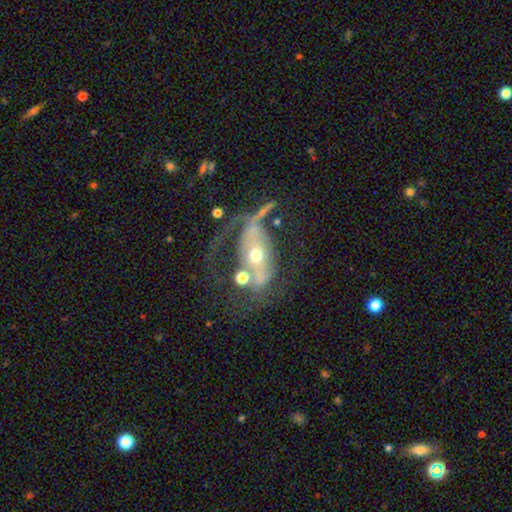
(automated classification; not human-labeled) Q: Smooth or featured?
A: featured or disk (73%); runner-up: smooth (19%)
Q: Edge-on disk?
A: no (90%); runner-up: yes (10%)
Q: Bar?
A: no (44%); runner-up: strong (32%)
Q: Spiral arms?
A: yes (58%); runner-up: no (42%)
Q: Bulge size?
A: moderate (60%); runner-up: small (34%)
Q: Merging?
A: major disturbance (35%); runner-up: none (34%)